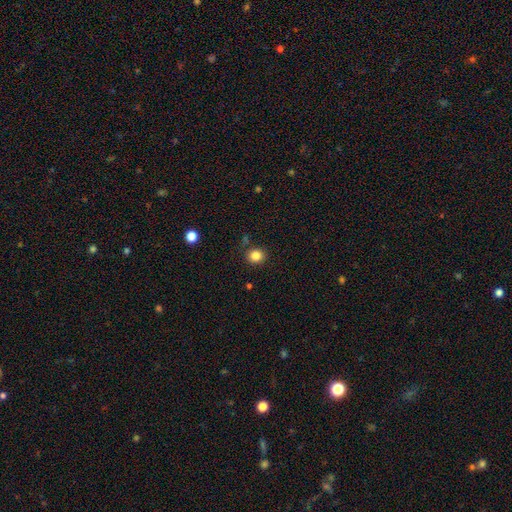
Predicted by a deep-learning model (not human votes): Smooth or featured: smooth — 85% (star or artifact — 11%)
How rounded: round — 85% (in between — 14%)
Merging: none — 86% (minor disturbance — 8%)